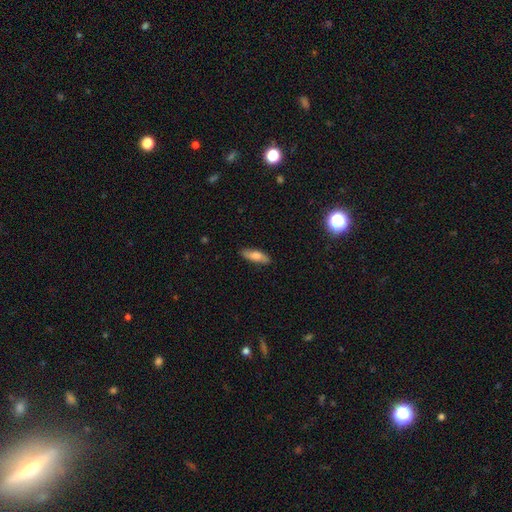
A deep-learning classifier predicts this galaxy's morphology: smooth-or-featured: smooth: 74% | featured or disk: 20% | star or artifact: 6%
  how-rounded: in between: 55% | cigar-shaped: 43% | round: 2%
  merging: none: 86% | minor disturbance: 11% | major disturbance: 2% | merger: 1%